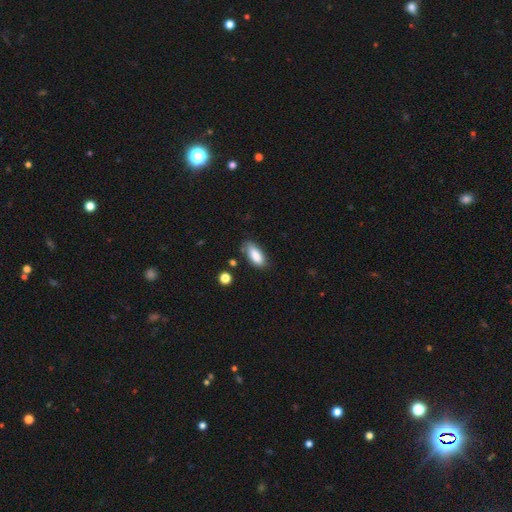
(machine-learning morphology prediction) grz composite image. It shows a smooth galaxy with no disk features (86%) that is in between round and cigar-shaped (83%). Merging: none (74%).